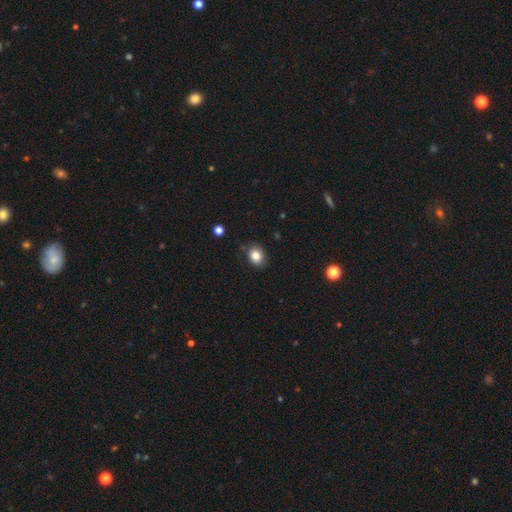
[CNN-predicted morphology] Smooth or featured? Predicted: smooth (p=0.83). How rounded? Predicted: in between (p=0.50). Merging? Predicted: none (p=0.82).